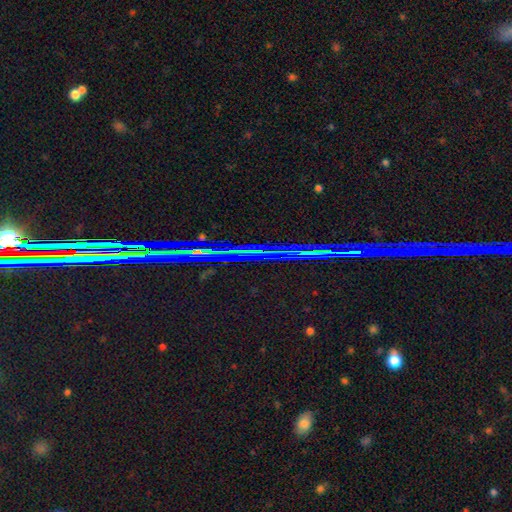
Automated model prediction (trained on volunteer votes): Overall: star or artifact (85%).